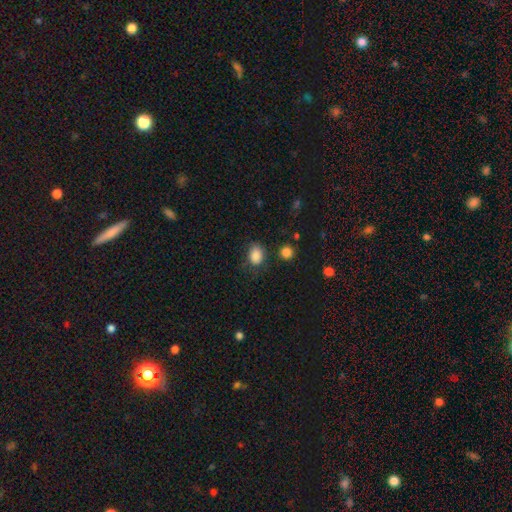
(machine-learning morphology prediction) smooth_or_featured: smooth (p=0.86) [alt: star or artifact p=0.10]
how_rounded: in between (p=0.63) [alt: round p=0.36]
merging: none (p=0.67) [alt: minor disturbance p=0.22]